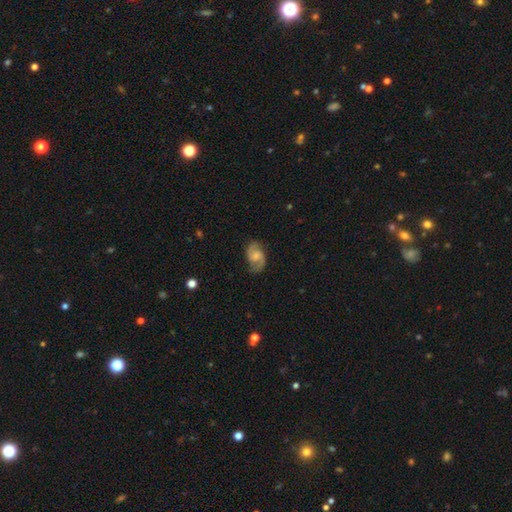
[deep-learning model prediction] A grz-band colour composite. It shows a featured or disk galaxy (79%) with a weak bar (46%, tied with no), 2 (92%) medium (53%) spiral arms (96%) and a moderate central bulge (32%). Merging: none (79%).